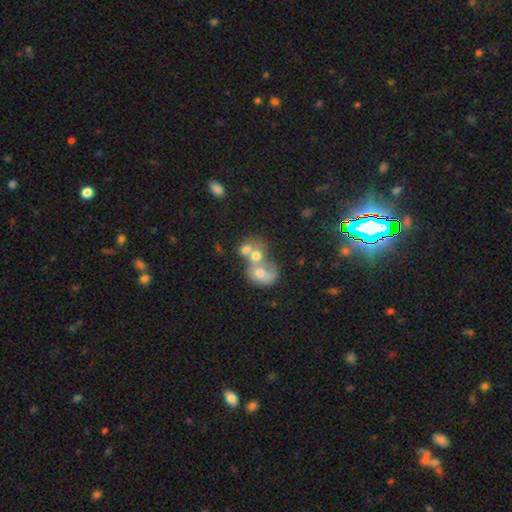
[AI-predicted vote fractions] Q: Smooth or featured?
A: smooth (57%); runner-up: featured or disk (31%)
Q: How rounded?
A: round (54%); runner-up: in between (45%)
Q: Merging?
A: merger (71%); runner-up: none (15%)